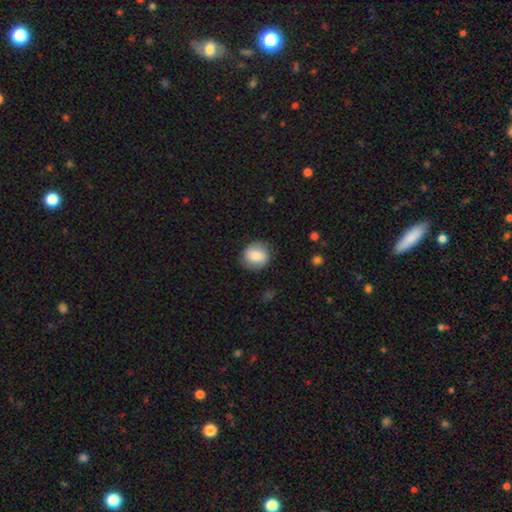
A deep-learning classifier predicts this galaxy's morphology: Smooth or featured?
  - smooth: 76% *
  - featured or disk: 17%
  - star or artifact: 7%
How rounded?
  - round: 82% *
  - in between: 16%
  - cigar-shaped: 1%
Merging?
  - none: 85% *
  - minor disturbance: 11%
  - major disturbance: 3%
  - merger: 1%